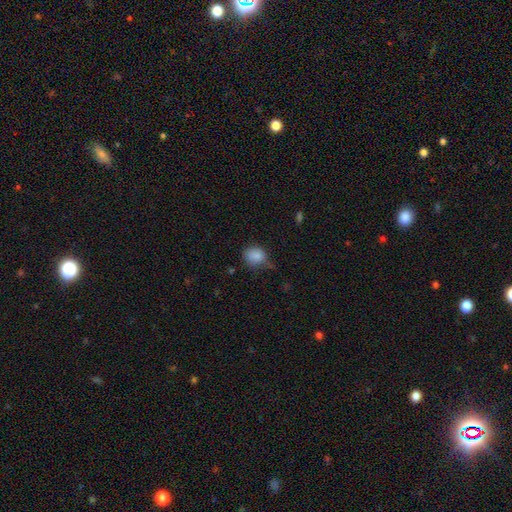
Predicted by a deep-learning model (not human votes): A smooth galaxy with no disk features (85%) that is round (64%). Merging: none (53%).